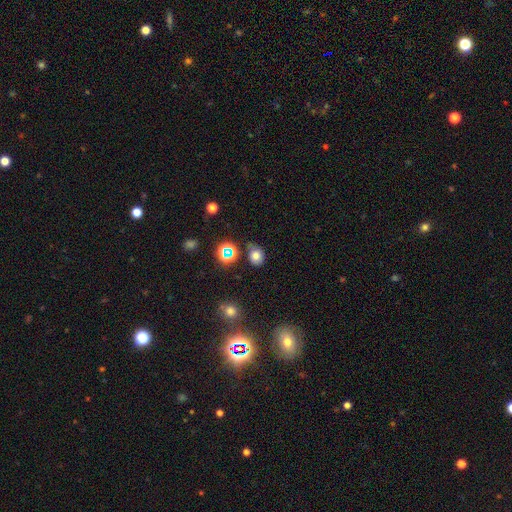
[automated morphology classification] Smooth or featured?
  - smooth: 73% *
  - star or artifact: 18%
  - featured or disk: 9%
How rounded?
  - round: 54% *
  - in between: 45%
  - cigar-shaped: 1%
Merging?
  - none: 69% *
  - minor disturbance: 20%
  - major disturbance: 6%
  - merger: 5%